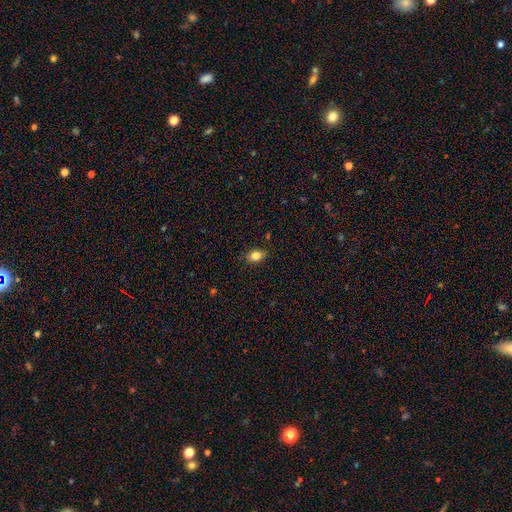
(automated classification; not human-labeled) Smooth or featured? smooth (83%)
How rounded? in between (81%)
Merging? none (85%)